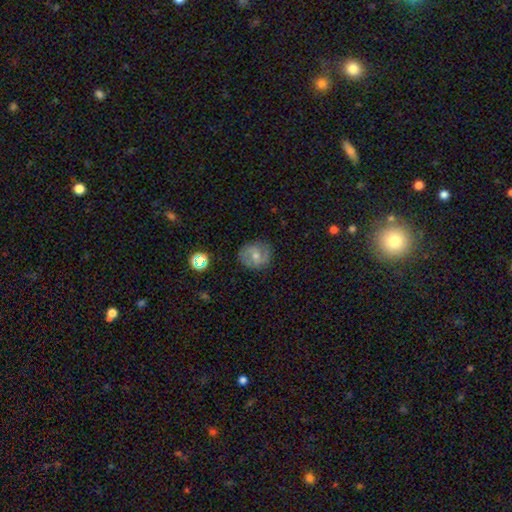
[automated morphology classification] A smooth galaxy with no disk features (46%).

Vote fractions:
- Smooth or featured? smooth: 46% / featured or disk: 44% / star or artifact: 10%
- Merging? none: 79% / minor disturbance: 15% / major disturbance: 5% / merger: 1%